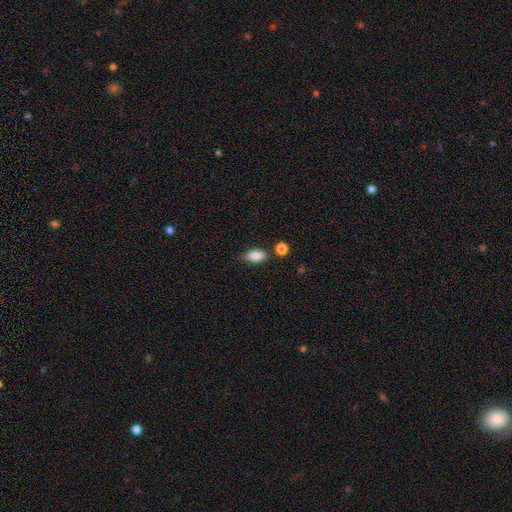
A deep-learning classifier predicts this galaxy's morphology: Q: Smooth or featured?
A: smooth (87%); runner-up: star or artifact (8%)
Q: How rounded?
A: in between (86%); runner-up: cigar-shaped (9%)
Q: Merging?
A: none (76%); runner-up: minor disturbance (15%)